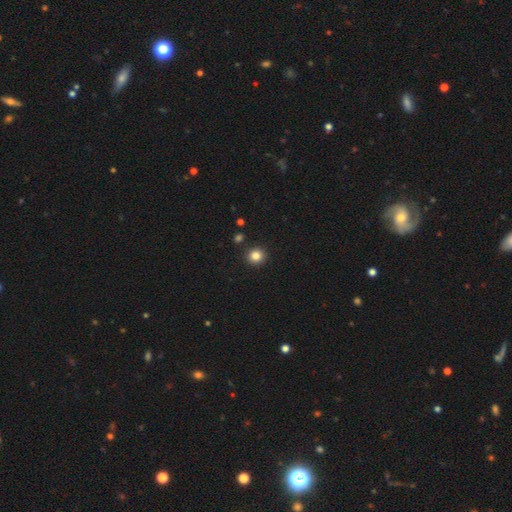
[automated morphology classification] smooth-or-featured: smooth: 84% | star or artifact: 11% | featured or disk: 5%
  how-rounded: round: 90% | in between: 9% | cigar-shaped: 1%
  merging: none: 90% | minor disturbance: 6% | merger: 3% | major disturbance: 2%